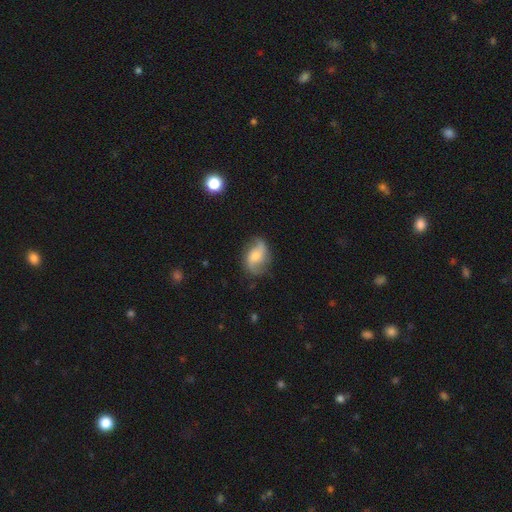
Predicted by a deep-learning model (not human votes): This is likely a featured or disk galaxy (70%). It is clearly not viewed edge-on (96%). Bar: possibly no (50%). Spiral arm pattern: clearly yes (93%). Spiral arm count: clearly 2 (89%). Spiral winding: likely loose (64%). Central bulge: possibly moderate (51%). Merging: likely none (72%).